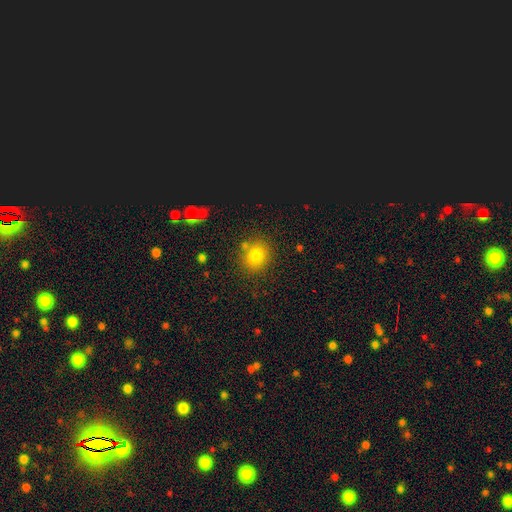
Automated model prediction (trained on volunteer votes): smooth_or_featured: smooth (p=0.78) [alt: star or artifact p=0.13]
how_rounded: round (p=0.77) [alt: in between p=0.22]
merging: none (p=0.80) [alt: minor disturbance p=0.10]